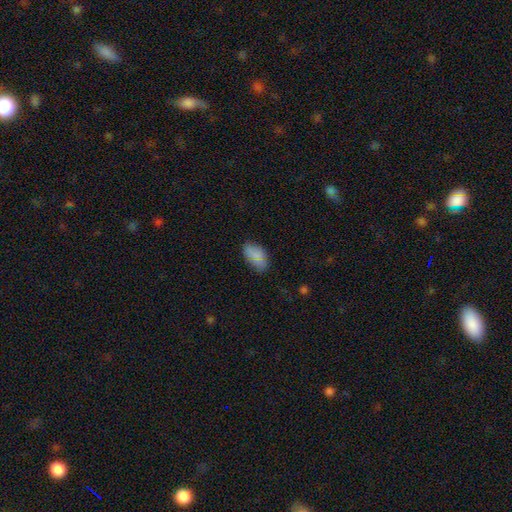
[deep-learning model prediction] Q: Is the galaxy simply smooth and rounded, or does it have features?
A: smooth — 81%.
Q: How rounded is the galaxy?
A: in between — 94%.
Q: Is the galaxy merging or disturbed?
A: none — 77%.